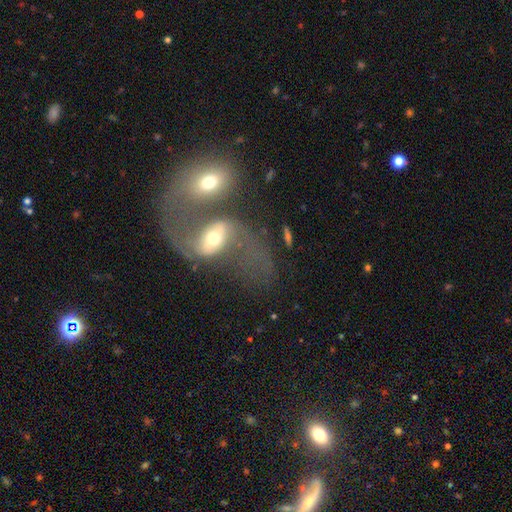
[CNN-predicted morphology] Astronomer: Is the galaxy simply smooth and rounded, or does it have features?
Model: featured or disk — 72%.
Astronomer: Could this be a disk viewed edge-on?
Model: no — 95%.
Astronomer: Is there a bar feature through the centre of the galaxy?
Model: weak — 41% (runner-up: no, 35%).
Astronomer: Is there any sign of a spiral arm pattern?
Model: yes — 80%.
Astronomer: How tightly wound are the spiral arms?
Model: loose — 74%.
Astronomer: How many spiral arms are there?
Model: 2 — 84%.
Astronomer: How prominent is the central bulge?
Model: moderate — 57%.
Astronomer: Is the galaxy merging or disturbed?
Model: merger — 74%.